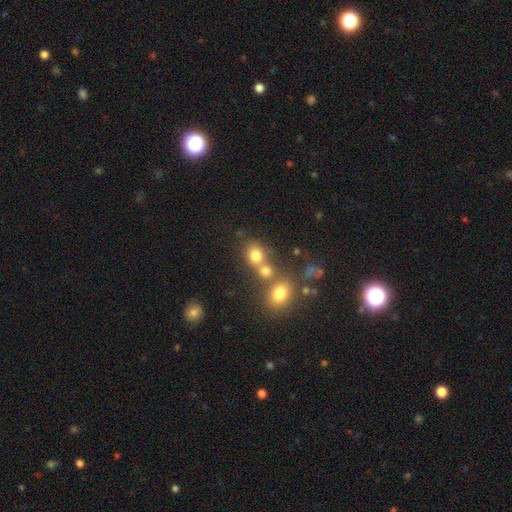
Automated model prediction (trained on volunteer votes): Smooth or featured? Predicted: smooth (p=0.74). How rounded? Predicted: round (p=0.69). Merging? Predicted: none (p=0.45).